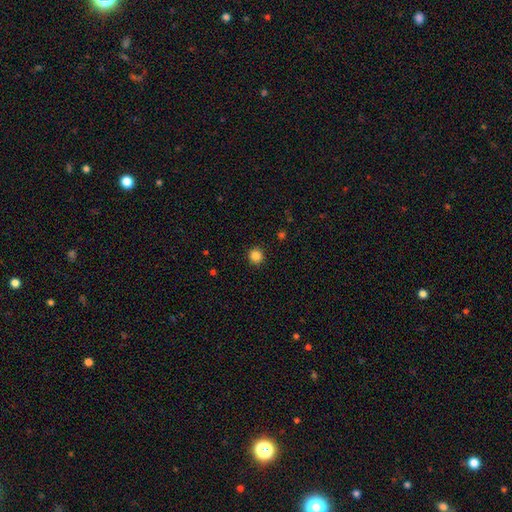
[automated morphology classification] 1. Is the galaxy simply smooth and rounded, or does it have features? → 85% smooth, 11% star or artifact, 3% featured or disk.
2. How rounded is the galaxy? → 94% round, 5% in between, 1% cigar-shaped.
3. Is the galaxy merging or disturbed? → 92% none, 5% minor disturbance, 2% major disturbance, 1% merger.